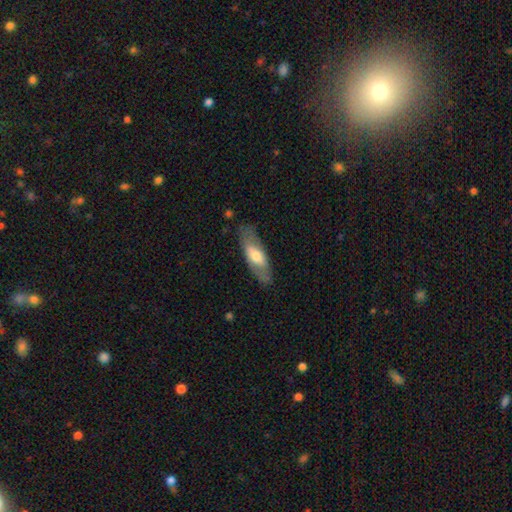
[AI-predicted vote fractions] Smooth or featured? smooth (54%)
How rounded? in between (67%)
Merging? none (78%)